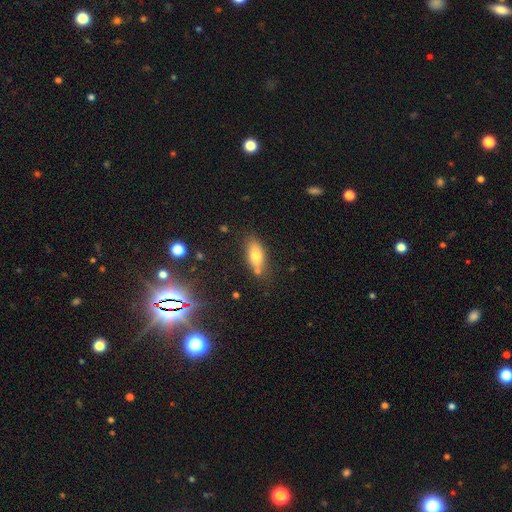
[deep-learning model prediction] This is likely a smooth galaxy (73%). How rounded: clearly in between (83%). Merging: likely none (72%).